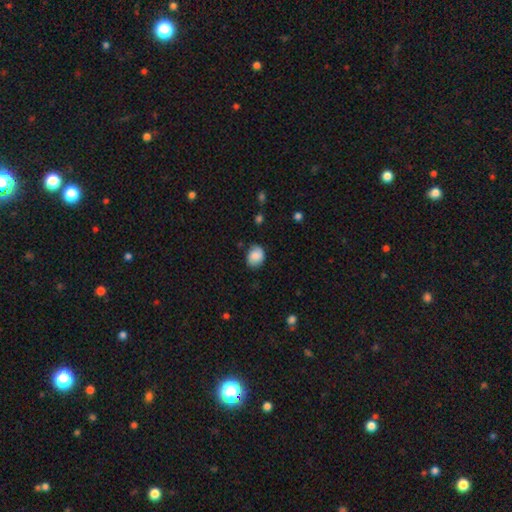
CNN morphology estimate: smooth 76%, featured or disk 16%, star or artifact 8%. Down the decision tree: how rounded — round (50%); merging — none (75%).